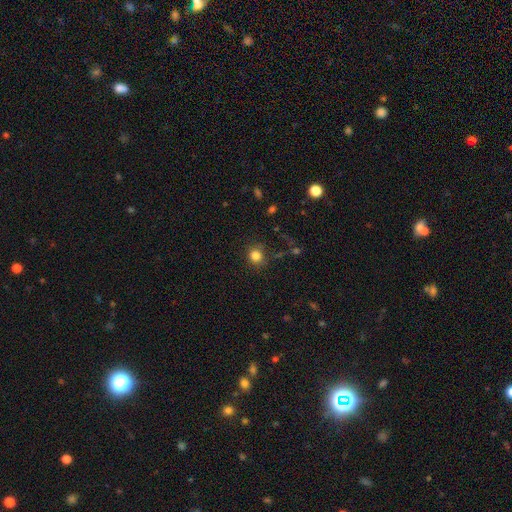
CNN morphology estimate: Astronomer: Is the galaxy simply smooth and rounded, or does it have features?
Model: smooth — 83%.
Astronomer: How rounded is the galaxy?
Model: round — 87%.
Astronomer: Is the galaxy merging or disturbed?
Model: none — 81%.